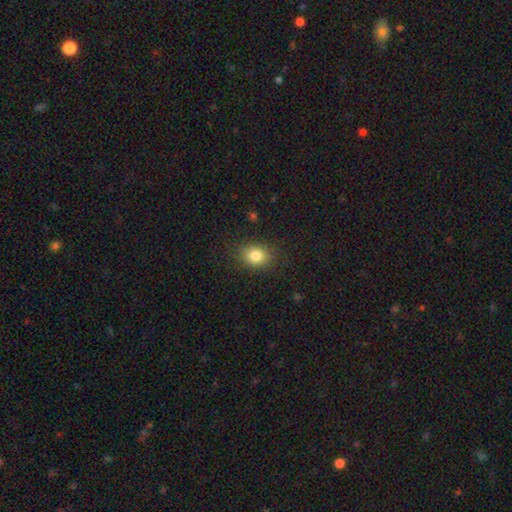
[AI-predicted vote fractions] Morphology: type=smooth (83%); roundness=in between (52%); merging=none (85%).